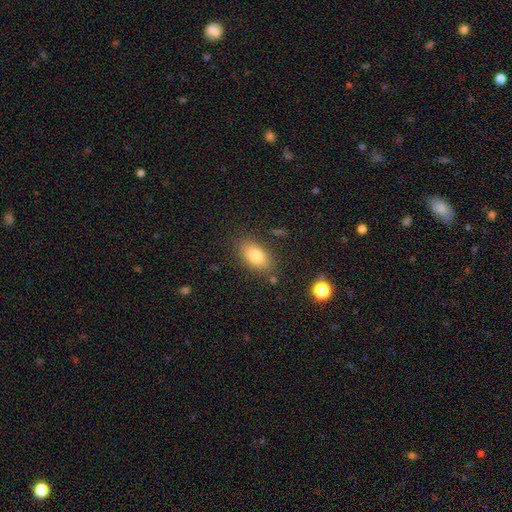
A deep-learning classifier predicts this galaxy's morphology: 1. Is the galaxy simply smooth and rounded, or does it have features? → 80% smooth, 11% featured or disk, 9% star or artifact.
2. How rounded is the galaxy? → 89% in between, 8% round, 3% cigar-shaped.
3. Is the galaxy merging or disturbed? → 82% none, 12% minor disturbance, 3% merger, 3% major disturbance.